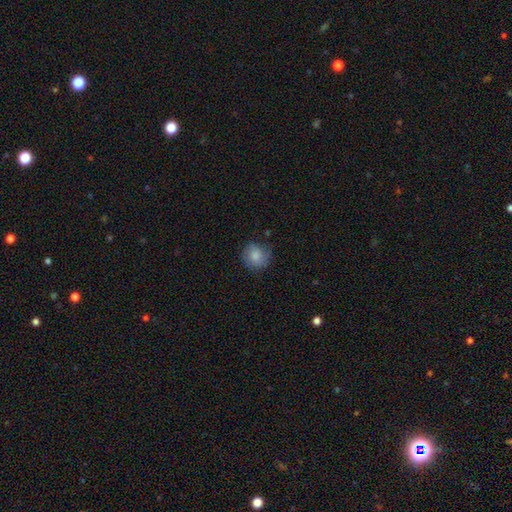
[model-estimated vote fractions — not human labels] This appears to be a smooth galaxy with no disk features (78%) that is round (82%). Merging: none (69%).